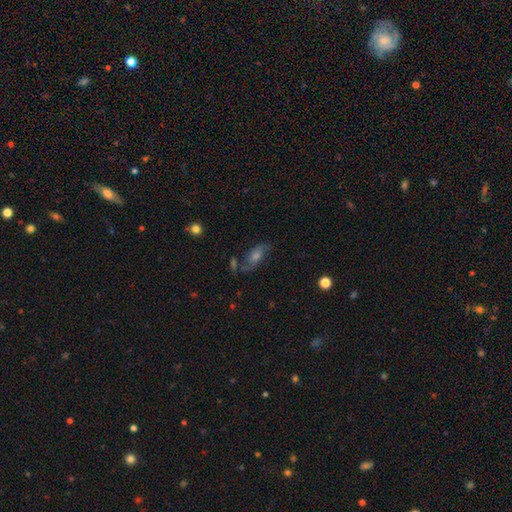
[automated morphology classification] Smooth or featured: featured or disk — 56% (smooth — 29%)
Edge-on disk: no — 83% (yes — 17%)
Merging: none — 65% (minor disturbance — 17%)